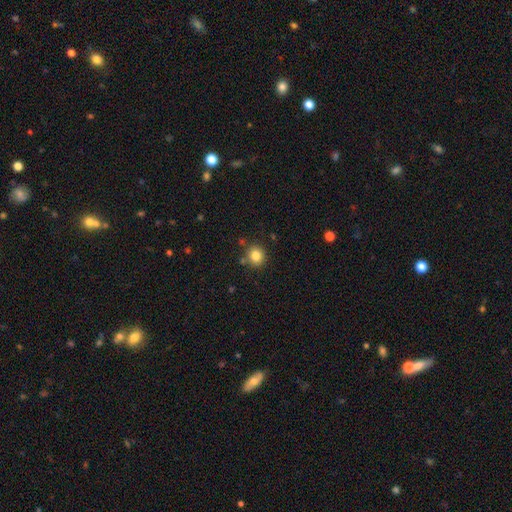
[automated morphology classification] Q: Smooth or featured?
A: smooth (83%); runner-up: star or artifact (11%)
Q: How rounded?
A: round (85%); runner-up: in between (14%)
Q: Merging?
A: none (83%); runner-up: minor disturbance (9%)